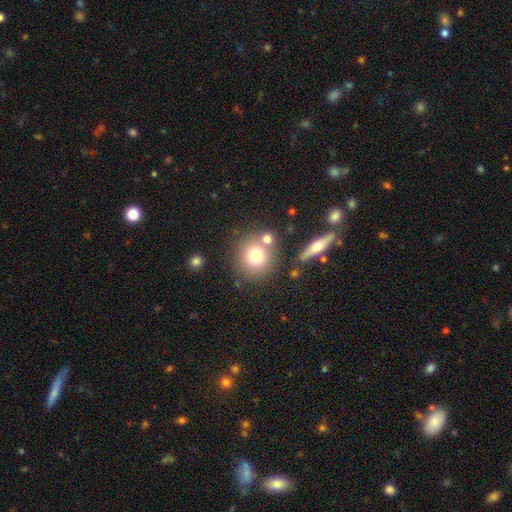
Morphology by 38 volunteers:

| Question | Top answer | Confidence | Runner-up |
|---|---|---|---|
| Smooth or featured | smooth | 82% | featured or disk (13%) |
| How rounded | round | 94% | in between (6%) |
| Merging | none | 67% | merger (17%) |